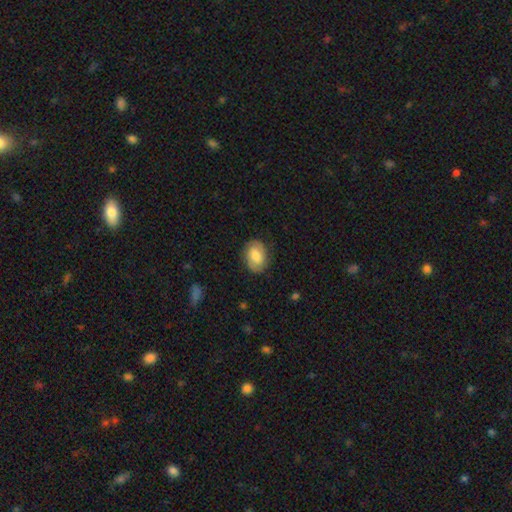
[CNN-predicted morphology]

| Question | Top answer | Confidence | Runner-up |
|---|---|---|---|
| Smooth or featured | smooth | 61% | featured or disk (32%) |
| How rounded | in between | 76% | round (23%) |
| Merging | none | 83% | minor disturbance (13%) |